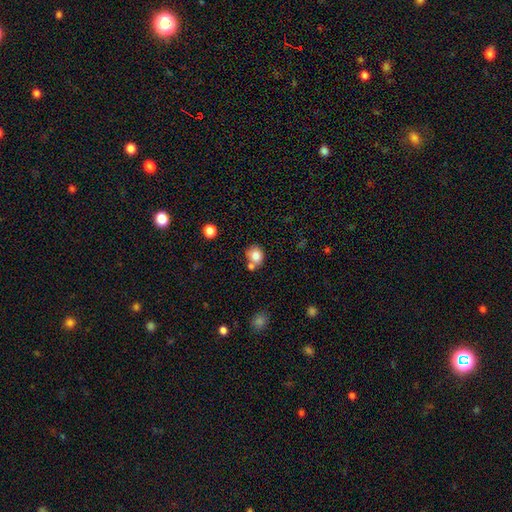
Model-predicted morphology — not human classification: smooth_or_featured: smooth (p=0.82) [alt: star or artifact p=0.10]
how_rounded: round (p=0.71) [alt: in between p=0.28]
merging: none (p=0.60) [alt: merger p=0.23]